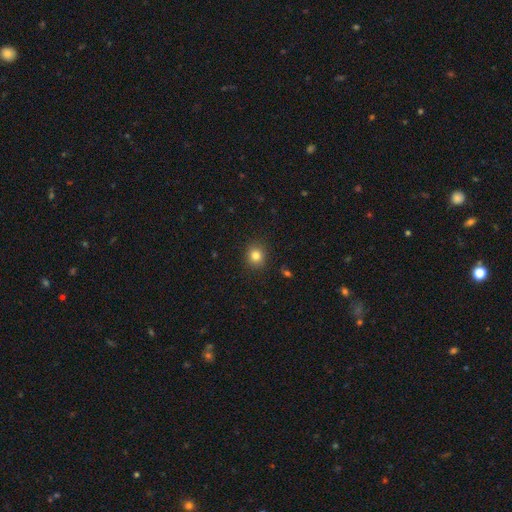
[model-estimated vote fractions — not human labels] Smooth or featured: smooth — 82% (star or artifact — 12%)
How rounded: round — 80% (in between — 19%)
Merging: none — 89% (minor disturbance — 7%)